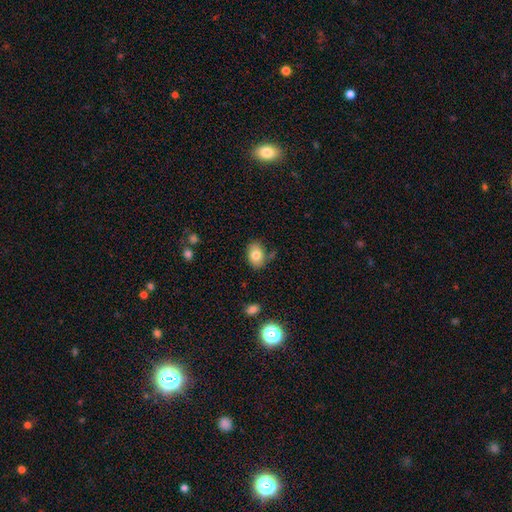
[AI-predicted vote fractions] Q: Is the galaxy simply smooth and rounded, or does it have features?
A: smooth — 79%.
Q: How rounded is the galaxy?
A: in between — 76%.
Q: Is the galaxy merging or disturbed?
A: none — 76%.